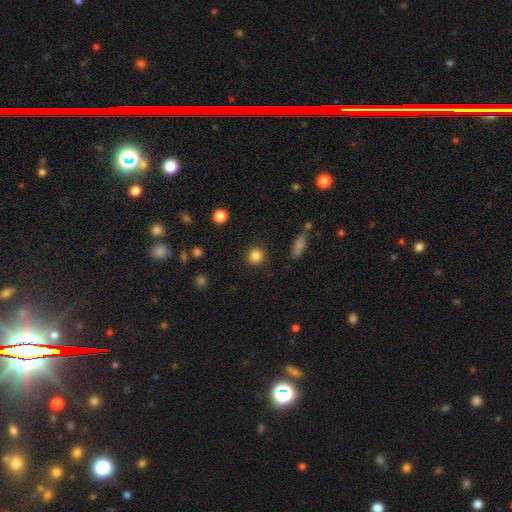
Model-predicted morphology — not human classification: smooth_or_featured: smooth (p=0.84) [alt: star or artifact p=0.11]
how_rounded: round (p=0.94) [alt: in between p=0.05]
merging: none (p=0.91) [alt: minor disturbance p=0.05]